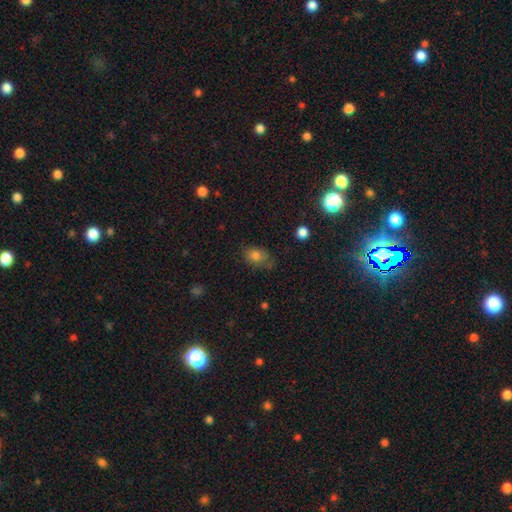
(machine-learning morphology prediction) A smooth galaxy with no disk features (78%) that is in between round and cigar-shaped (75%). Merging: none (65%).